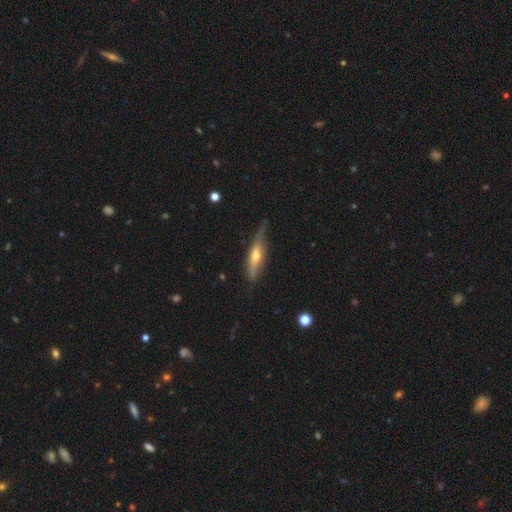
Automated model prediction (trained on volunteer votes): smooth-or-featured: featured or disk: 60% | smooth: 34% | star or artifact: 6%
  disk-edge-on: yes: 88% | no: 12%
    edge-on-bulge: rounded: 85% | none: 8% | boxy: 6%
  merging: none: 66% | minor disturbance: 26% | major disturbance: 6% | merger: 2%